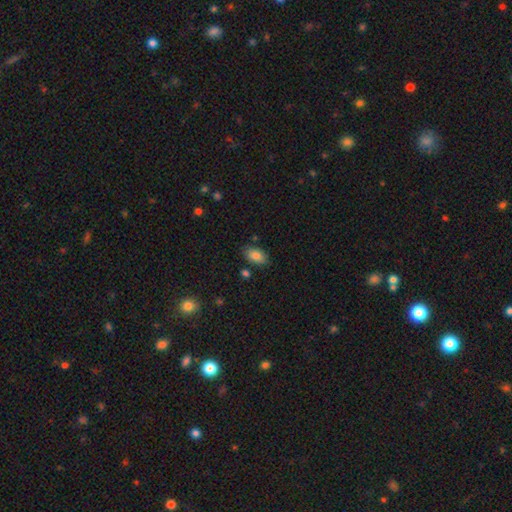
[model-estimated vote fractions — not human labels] The model was most divided on "merging": none: 80%, minor disturbance: 13%, merger: 4%, major disturbance: 3%. More confident: how rounded — in between (92%); smooth or featured — smooth (84%).